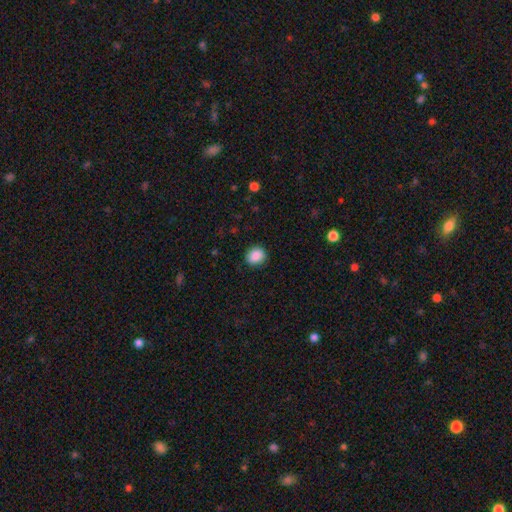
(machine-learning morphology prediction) Smooth or featured?
  - smooth: 88% *
  - star or artifact: 8%
  - featured or disk: 3%
How rounded?
  - round: 67% *
  - in between: 32%
  - cigar-shaped: 1%
Merging?
  - none: 87% *
  - minor disturbance: 10%
  - major disturbance: 3%
  - merger: 1%